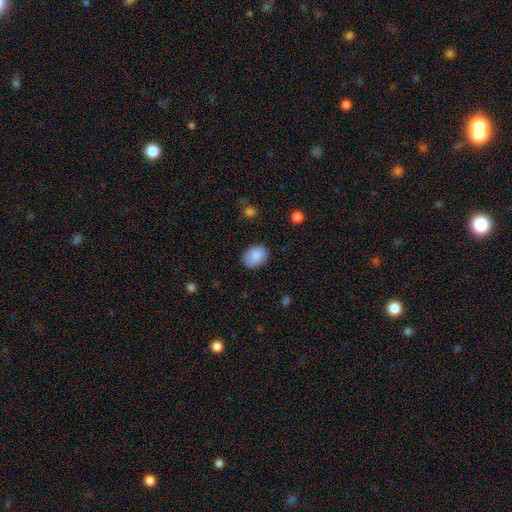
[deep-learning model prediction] Smooth or featured? Predicted: smooth (p=0.88). How rounded? Predicted: in between (p=0.68). Merging? Predicted: none (p=0.82).